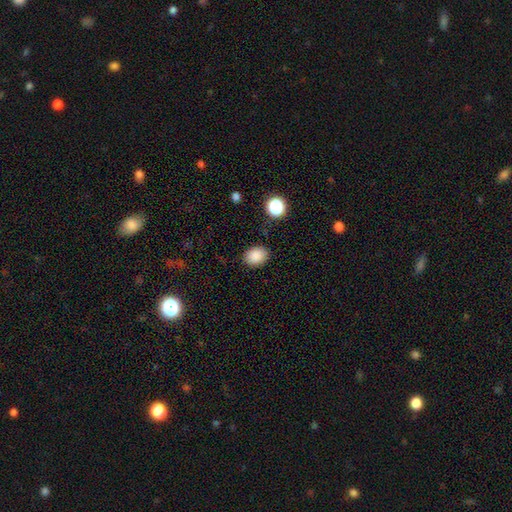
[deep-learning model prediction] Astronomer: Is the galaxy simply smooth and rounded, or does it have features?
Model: smooth — 86%.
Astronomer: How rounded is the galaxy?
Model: in between — 61% (runner-up: round, 39%).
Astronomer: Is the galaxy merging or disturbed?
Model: none — 86%.